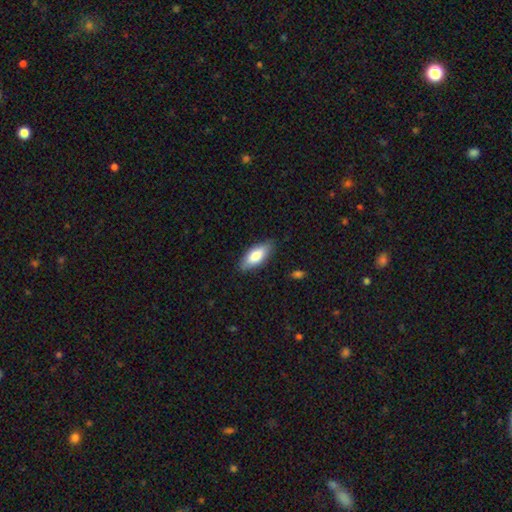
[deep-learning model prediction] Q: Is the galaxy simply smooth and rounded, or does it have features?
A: smooth — 80%.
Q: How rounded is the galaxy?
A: in between — 82%.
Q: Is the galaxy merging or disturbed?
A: none — 84%.